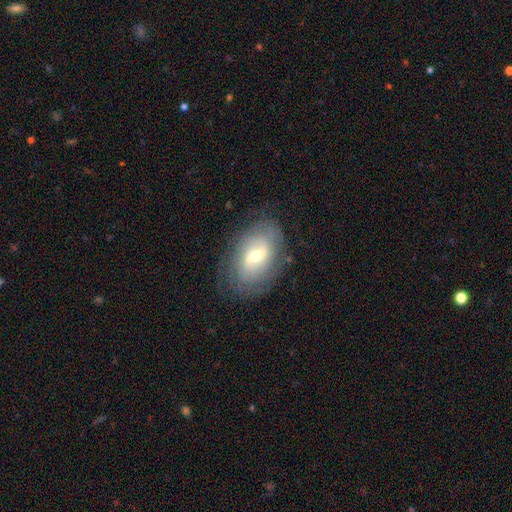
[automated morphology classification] This appears to be a featured or disk galaxy (70%) with a weak bar (50%), spiral arms (76%) and a moderate central bulge (56%). Merging: none (77%).